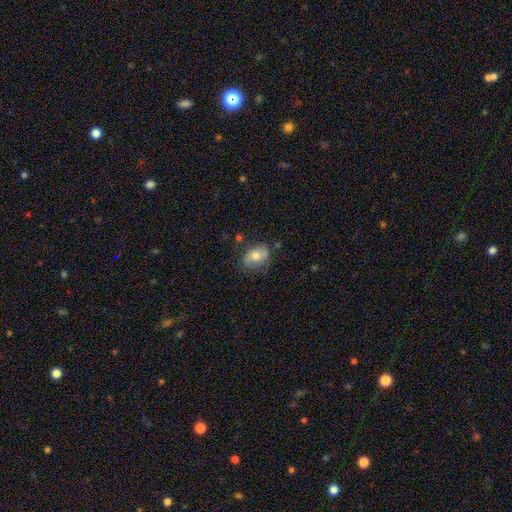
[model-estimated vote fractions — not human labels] Smooth or featured?
  - smooth: 64% *
  - featured or disk: 28%
  - star or artifact: 8%
How rounded?
  - in between: 74% *
  - round: 24%
  - cigar-shaped: 1%
Merging?
  - none: 67% *
  - minor disturbance: 23%
  - major disturbance: 7%
  - merger: 3%